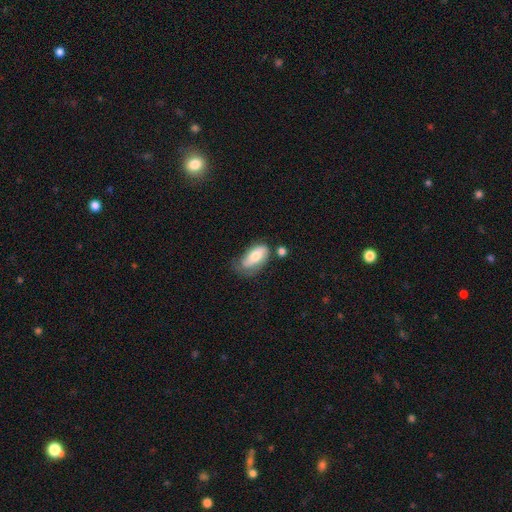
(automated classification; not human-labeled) A smooth galaxy with no disk features (64%) that is in between round and cigar-shaped (89%).

Vote fractions:
- Smooth or featured? smooth: 64% / featured or disk: 29% / star or artifact: 7%
- How rounded? in between: 89% / cigar-shaped: 8% / round: 3%
- Merging? none: 46% / minor disturbance: 31% / major disturbance: 13% / merger: 9%